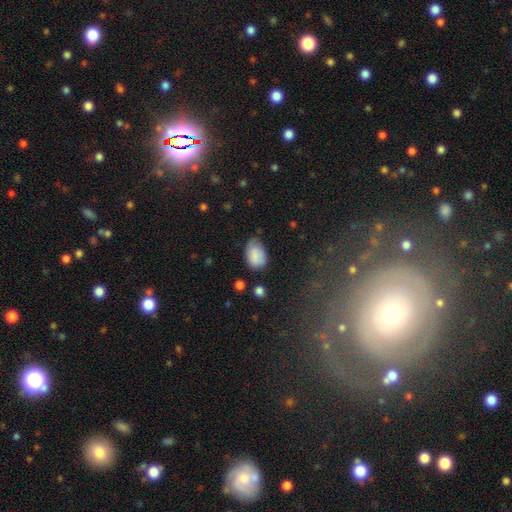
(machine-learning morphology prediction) smooth 81%, featured or disk 11%, star or artifact 8%. Down the decision tree: how rounded — in between (86%); merging — none (51%).